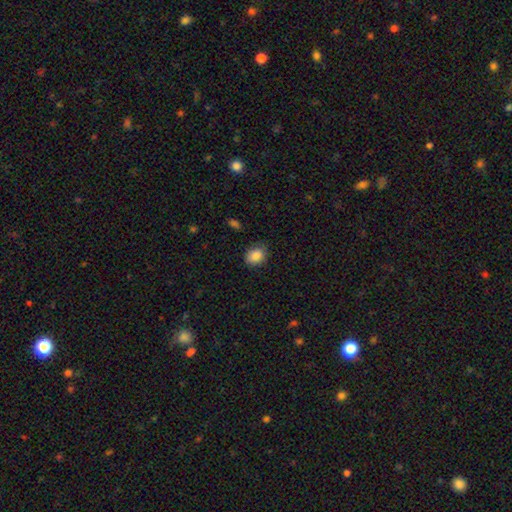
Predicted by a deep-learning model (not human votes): A smooth galaxy with no disk features (86%) that is in between round and cigar-shaped (54%). Merging: none (79%).